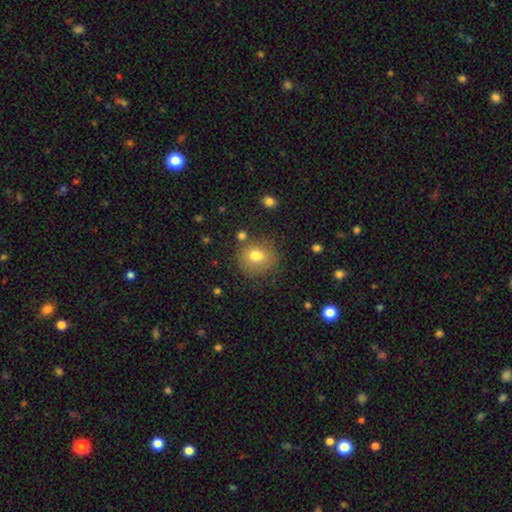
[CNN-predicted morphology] Q: Smooth or featured?
A: smooth (75%); runner-up: featured or disk (13%)
Q: How rounded?
A: round (72%); runner-up: in between (27%)
Q: Merging?
A: none (67%); runner-up: minor disturbance (17%)